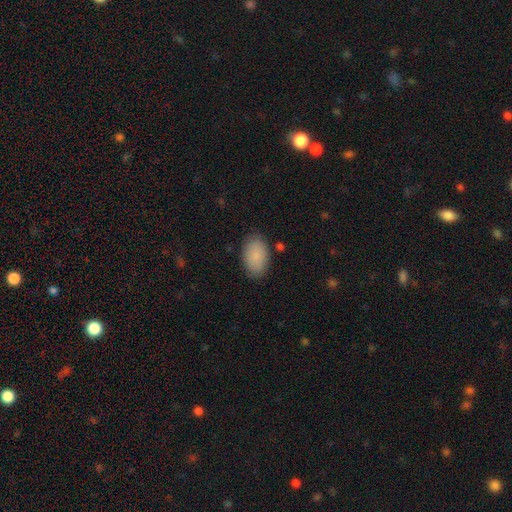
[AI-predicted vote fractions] Overall: smooth (88%). How rounded: in between (94%). Merging: none (85%).